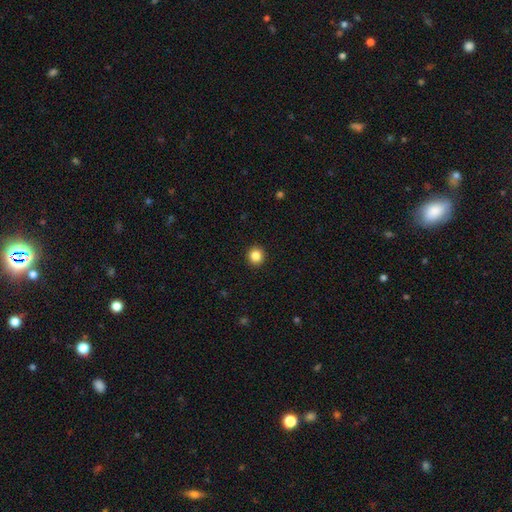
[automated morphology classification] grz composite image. It shows a smooth galaxy with no disk features (85%) that is round (93%). Merging: none (93%).